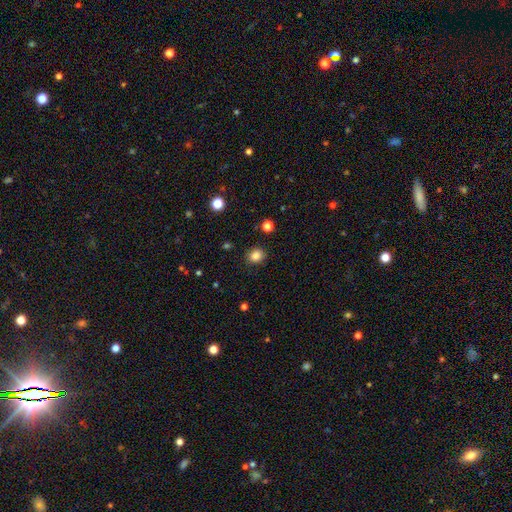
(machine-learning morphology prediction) Overall: smooth (84%). How rounded: round (68%; in between 31%). Merging: none (88%).